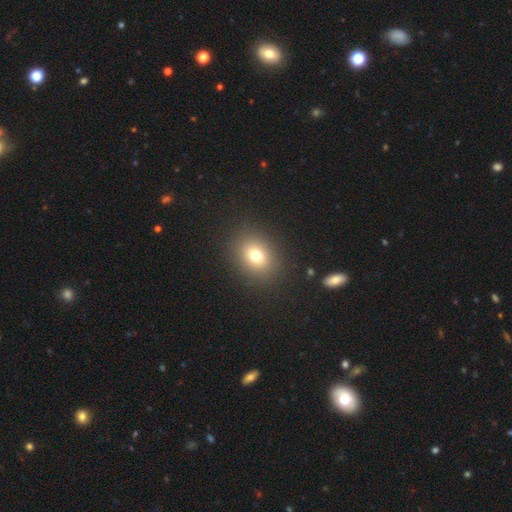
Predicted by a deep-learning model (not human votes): A smooth galaxy with no disk features (75%) that is round (50%). Merging: none (88%).